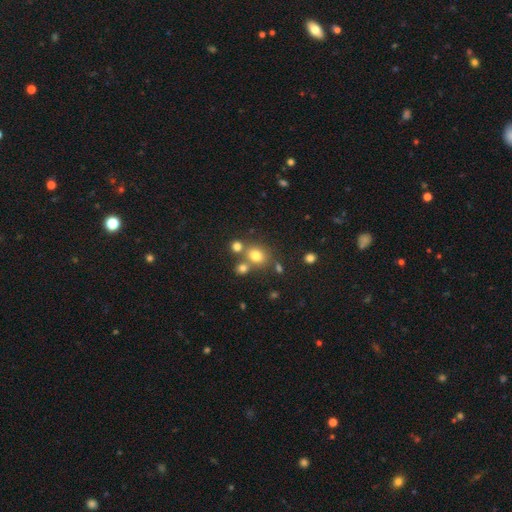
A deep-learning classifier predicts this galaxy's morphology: This appears to be a smooth galaxy with no disk features (75%) that is round (65%). Merging: none (62%).